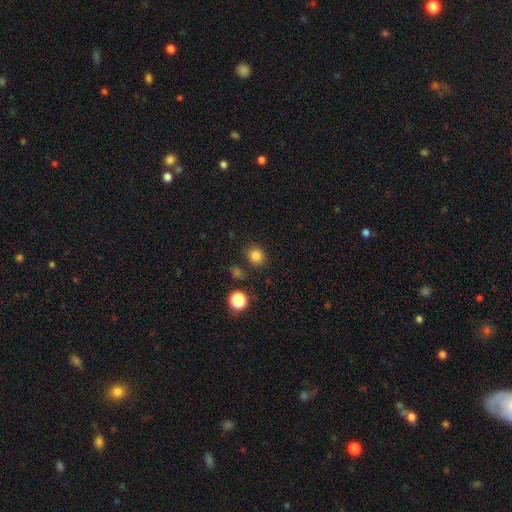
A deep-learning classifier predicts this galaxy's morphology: Overall: smooth (82%). How rounded: round (81%). Merging: none (83%).